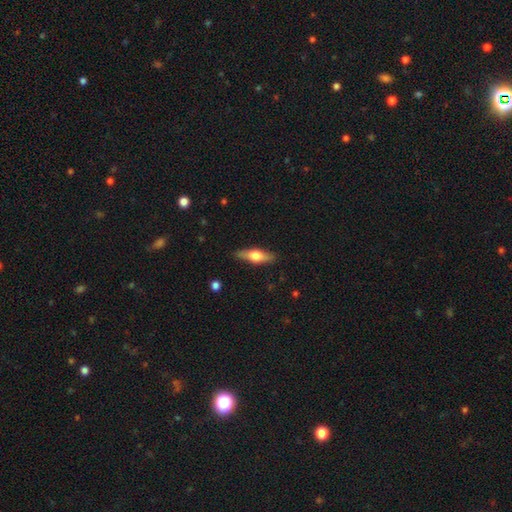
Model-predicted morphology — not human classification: A featured or disk galaxy (49%). Merging: none (87%).